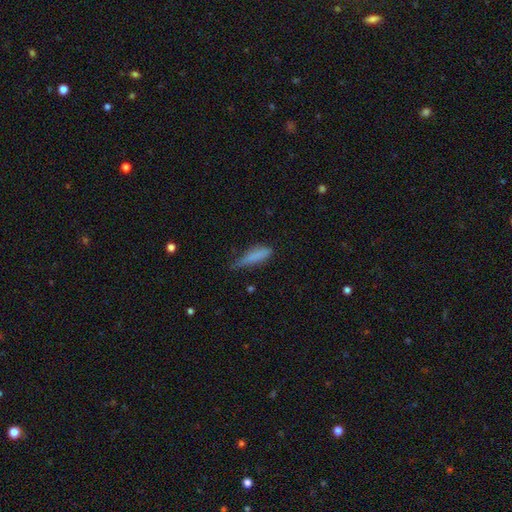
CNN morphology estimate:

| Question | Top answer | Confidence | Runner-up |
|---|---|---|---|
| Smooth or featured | smooth | 78% | featured or disk (14%) |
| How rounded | cigar-shaped | 72% | in between (26%) |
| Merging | none | 45% | minor disturbance (39%) |